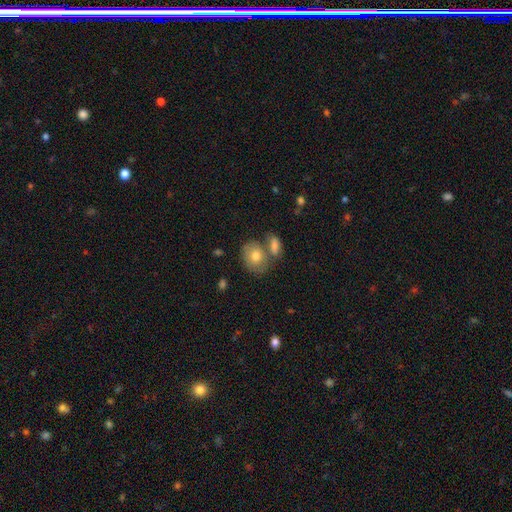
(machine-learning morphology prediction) Smooth or featured?
  - smooth: 75% *
  - featured or disk: 18%
  - star or artifact: 8%
How rounded?
  - round: 50% *
  - in between: 49%
  - cigar-shaped: 1%
Merging?
  - none: 50% *
  - merger: 31%
  - minor disturbance: 14%
  - major disturbance: 5%